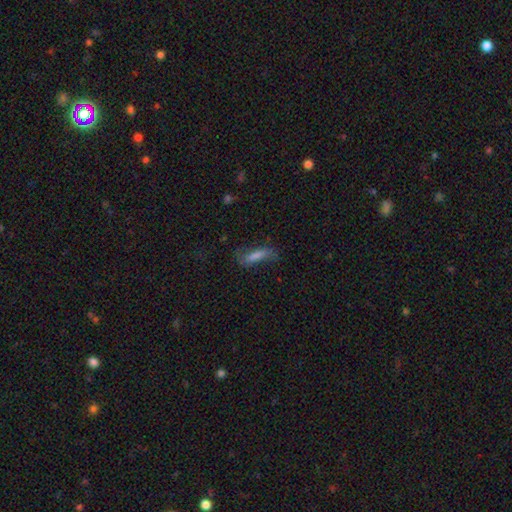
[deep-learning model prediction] Smooth or featured?
  - smooth: 54% *
  - featured or disk: 34%
  - star or artifact: 12%
How rounded?
  - cigar-shaped: 58% *
  - in between: 39%
  - round: 3%
Merging?
  - none: 57% *
  - minor disturbance: 24%
  - major disturbance: 16%
  - merger: 3%